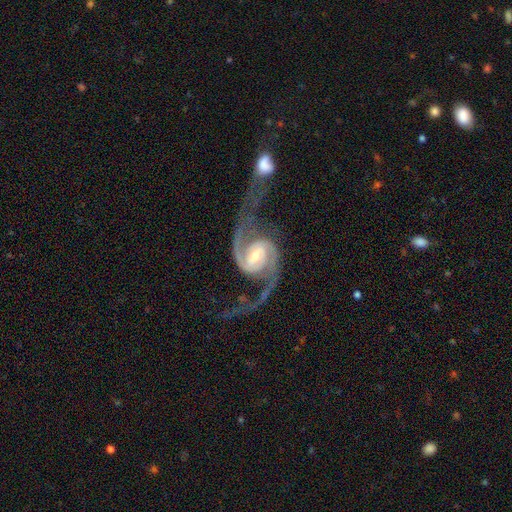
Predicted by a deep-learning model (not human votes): Smooth or featured?
  - featured or disk: 93% *
  - star or artifact: 4%
  - smooth: 3%
Edge-on disk?
  - no: 98% *
  - yes: 2%
Bar?
  - weak: 44% *
  - strong: 34%
  - no: 22%
Spiral arms?
  - yes: 98% *
  - no: 2%
Spiral winding?
  - loose: 48% *
  - medium: 39%
  - tight: 13%
Spiral arm count?
  - 2: 94% *
  - can't tell: 1%
  - 3: 1%
  - 1: 1%
  - 4: 1%
  - more than 4: 1%
Bulge size?
  - moderate: 60% *
  - small: 33%
  - large: 5%
  - none: 2%
  - dominant: 1%
Merging?
  - none: 61% *
  - major disturbance: 23%
  - minor disturbance: 13%
  - merger: 4%